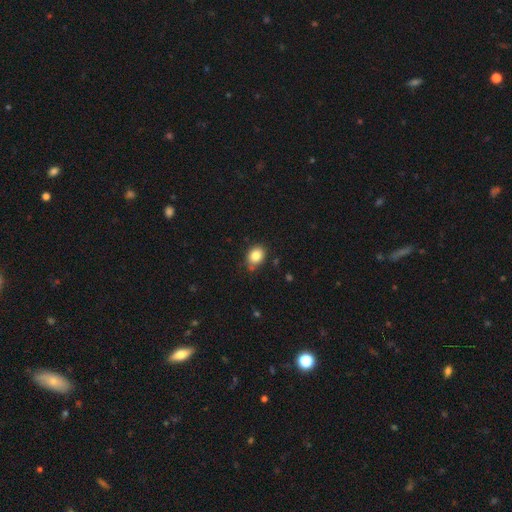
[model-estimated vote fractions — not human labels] The model was most divided on "how rounded": in between: 52%, round: 47%, cigar-shaped: 1%. More confident: smooth or featured — smooth (84%); merging — none (79%).